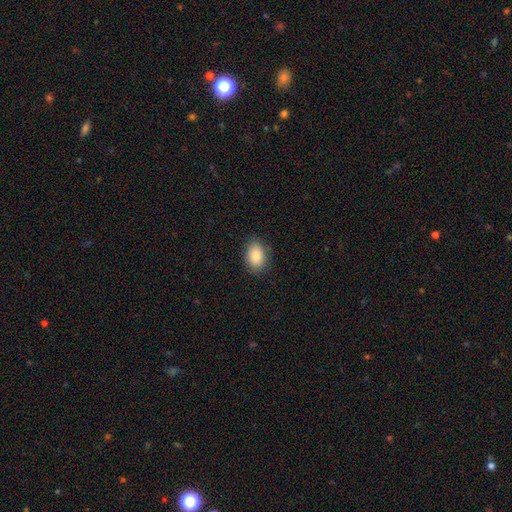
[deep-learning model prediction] Smooth or featured? Predicted: smooth (p=0.86). How rounded? Predicted: in between (p=0.83). Merging? Predicted: none (p=0.84).